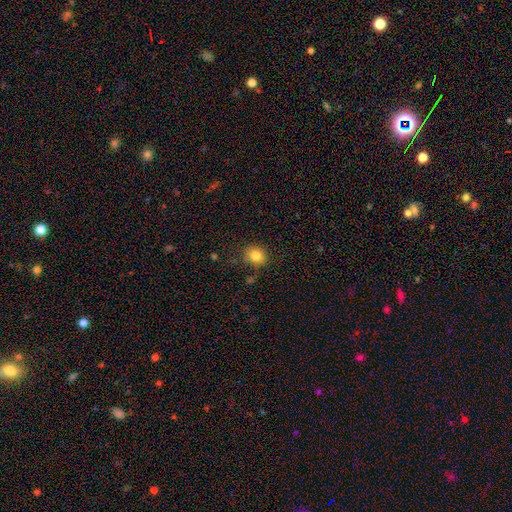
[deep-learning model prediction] Overall: smooth (83%). How rounded: round (70%). Merging: none (82%).